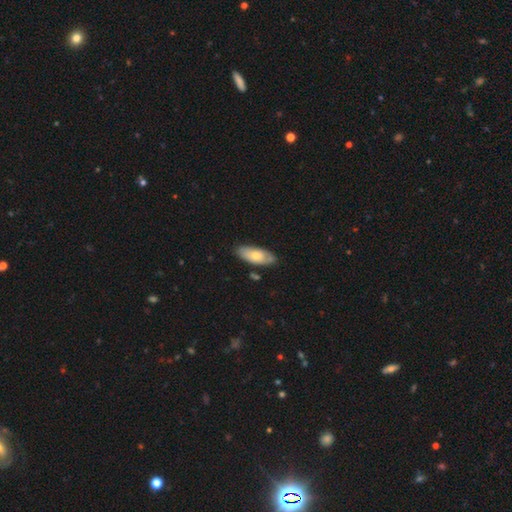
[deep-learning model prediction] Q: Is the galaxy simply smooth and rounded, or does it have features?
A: smooth — 64%.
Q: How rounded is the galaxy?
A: in between — 82%.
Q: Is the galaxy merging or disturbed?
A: none — 77%.